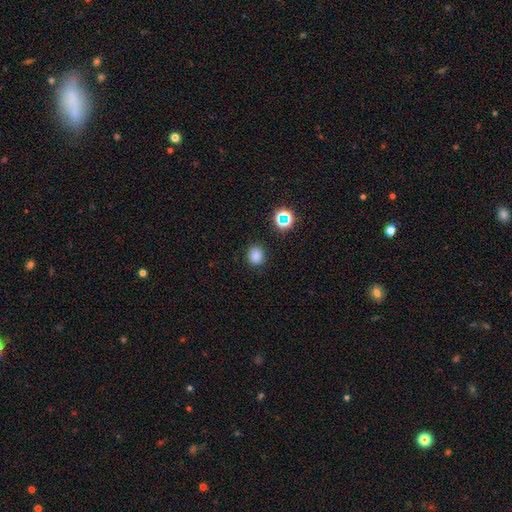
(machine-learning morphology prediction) A smooth galaxy with no disk features (80%) that is round (73%).

Vote fractions:
- Smooth or featured? smooth: 80% / star or artifact: 16% / featured or disk: 4%
- How rounded? round: 73% / in between: 26% / cigar-shaped: 1%
- Merging? none: 86% / minor disturbance: 9% / major disturbance: 3% / merger: 2%